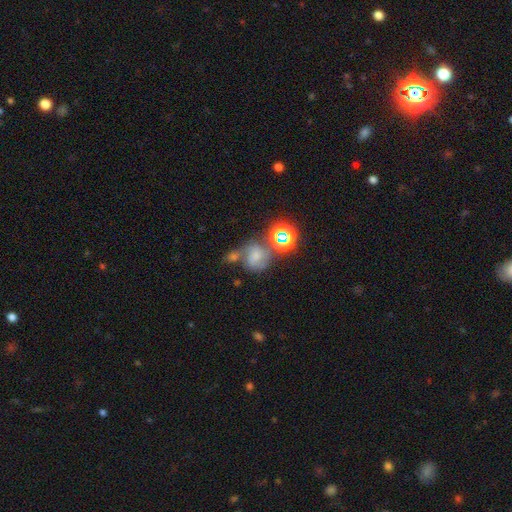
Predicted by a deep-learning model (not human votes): smooth-or-featured: featured or disk: 39% | smooth: 38% | star or artifact: 23%
  merging: none: 37% | merger: 32% | minor disturbance: 17% | major disturbance: 14%